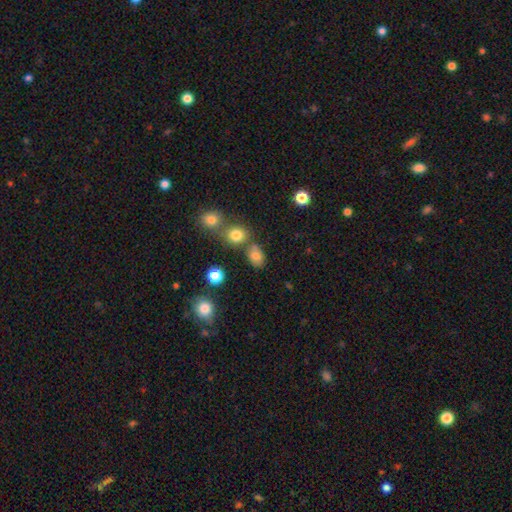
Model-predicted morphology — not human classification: smooth_or_featured: smooth (p=0.77) [alt: star or artifact p=0.15]
how_rounded: in between (p=0.59) [alt: round p=0.40]
merging: none (p=0.63) [alt: merger p=0.18]